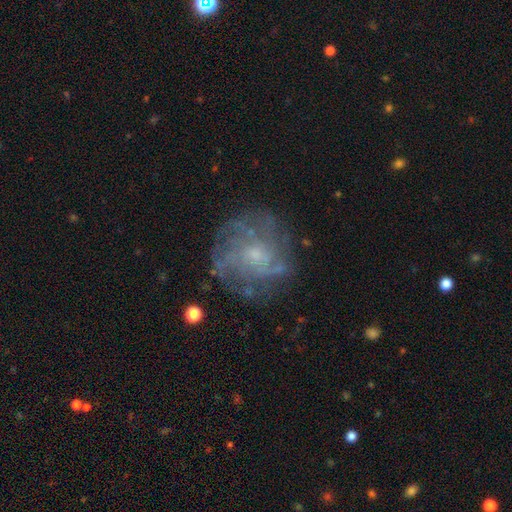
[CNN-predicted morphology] smooth_or_featured: featured or disk (p=0.72) [alt: smooth p=0.17]
disk_edge_on: no (p=0.97) [alt: yes p=0.03]
bar: no (p=0.75) [alt: weak p=0.22]
has_spiral_arms: yes (p=0.80) [alt: no p=0.20]
spiral_winding: tight (p=0.50) [alt: medium p=0.33]
spiral_arm_count: can't tell (p=0.47) [alt: 4 p=0.17]
bulge_size: small (p=0.65) [alt: moderate p=0.25]
merging: none (p=0.72) [alt: minor disturbance p=0.16]